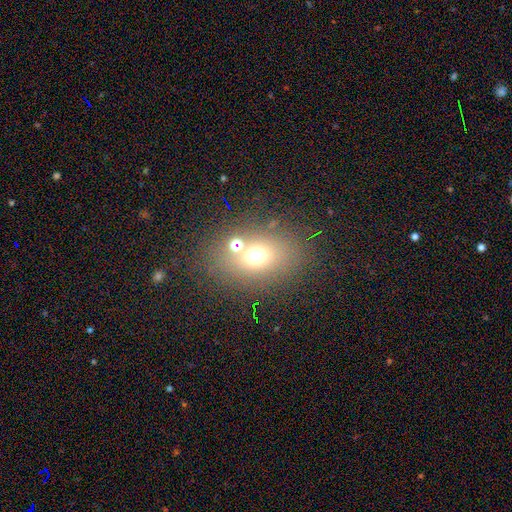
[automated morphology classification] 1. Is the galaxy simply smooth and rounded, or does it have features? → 60% smooth, 26% star or artifact, 14% featured or disk.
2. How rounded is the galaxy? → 52% in between, 47% round, 2% cigar-shaped.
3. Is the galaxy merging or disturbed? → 68% none, 14% merger, 11% minor disturbance, 7% major disturbance.